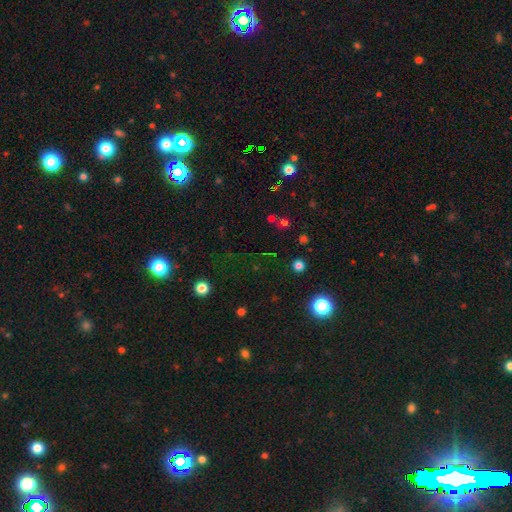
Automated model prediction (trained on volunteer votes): Smooth or featured: star or artifact — 63% (smooth — 26%)